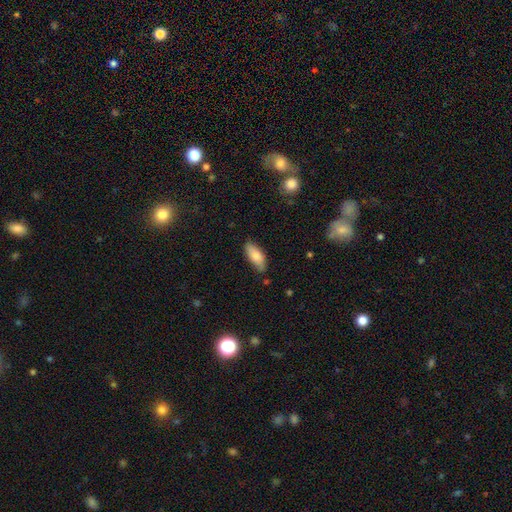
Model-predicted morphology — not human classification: Smooth or featured?
  - smooth: 81% *
  - featured or disk: 13%
  - star or artifact: 6%
How rounded?
  - in between: 82% *
  - cigar-shaped: 16%
  - round: 2%
Merging?
  - none: 77% *
  - minor disturbance: 18%
  - major disturbance: 3%
  - merger: 2%